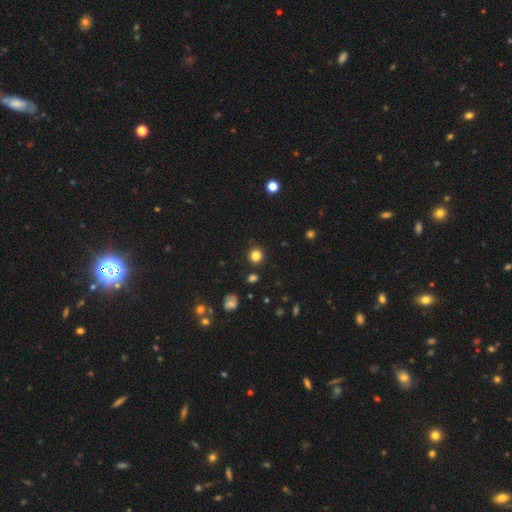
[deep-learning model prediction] Smooth or featured? Predicted: smooth (p=0.83). How rounded? Predicted: round (p=0.90). Merging? Predicted: none (p=0.89).